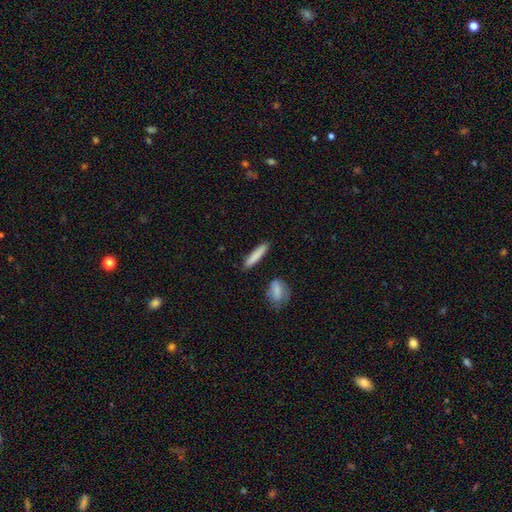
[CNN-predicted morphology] Smooth or featured?
  - smooth: 83% *
  - featured or disk: 12%
  - star or artifact: 6%
How rounded?
  - cigar-shaped: 88% *
  - in between: 11%
  - round: 2%
Merging?
  - none: 87% *
  - minor disturbance: 8%
  - merger: 3%
  - major disturbance: 2%